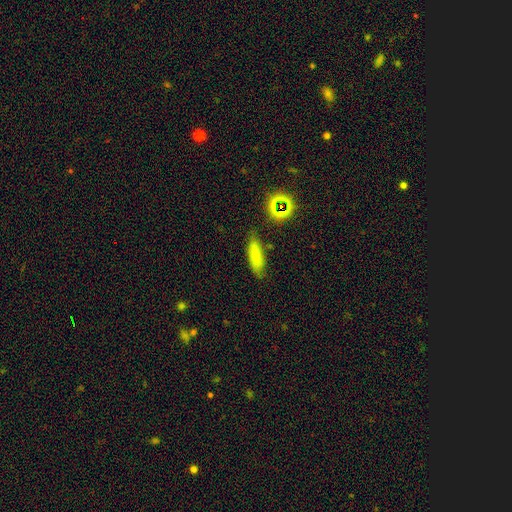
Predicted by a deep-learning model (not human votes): Morphology: type=smooth (74%); roundness=in between (55%); merging=none (70%).